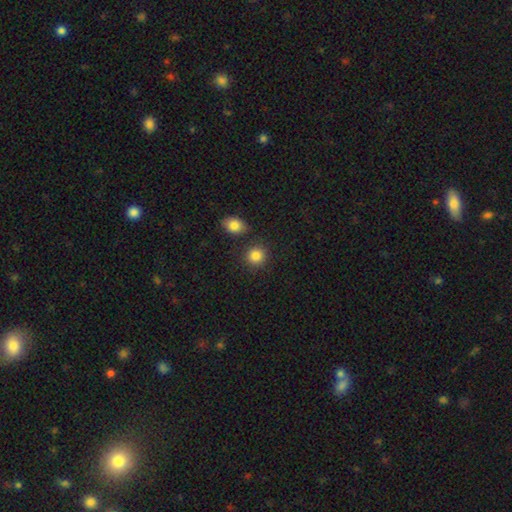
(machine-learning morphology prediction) Smooth or featured? smooth (85%)
How rounded? round (85%)
Merging? none (82%)